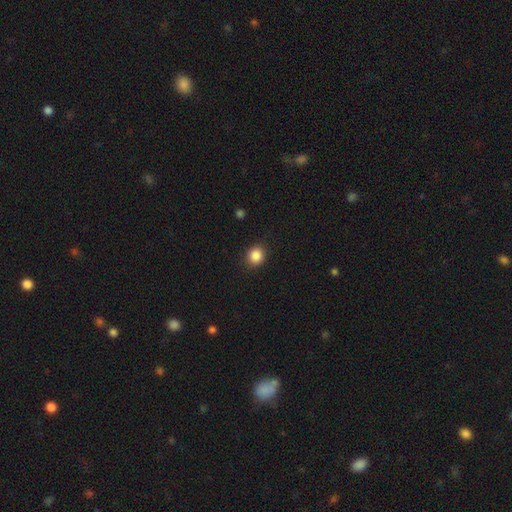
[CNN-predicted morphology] Q: Smooth or featured?
A: smooth (86%); runner-up: star or artifact (10%)
Q: How rounded?
A: round (79%); runner-up: in between (21%)
Q: Merging?
A: none (89%); runner-up: minor disturbance (8%)